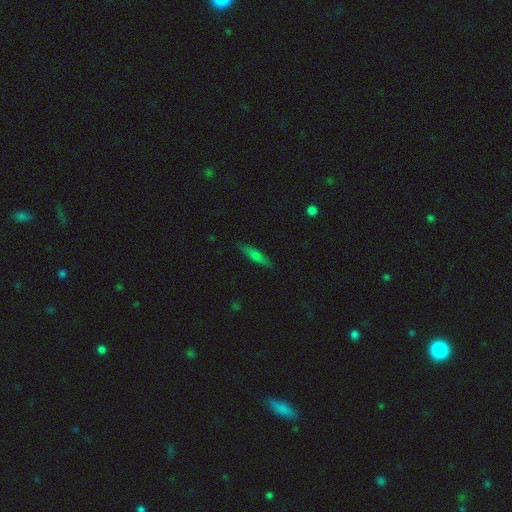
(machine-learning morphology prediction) type=smooth (59%); roundness=cigar-shaped (78%); merging=none (87%).